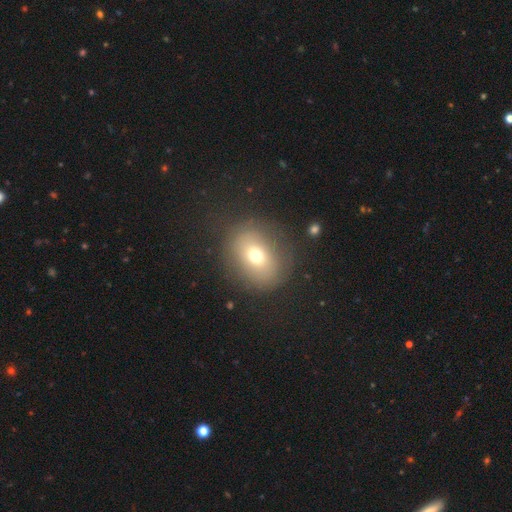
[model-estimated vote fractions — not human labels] Smooth or featured?
  - smooth: 67% *
  - featured or disk: 19%
  - star or artifact: 14%
How rounded?
  - round: 53% *
  - in between: 46%
  - cigar-shaped: 1%
Merging?
  - none: 75% *
  - minor disturbance: 14%
  - major disturbance: 9%
  - merger: 2%